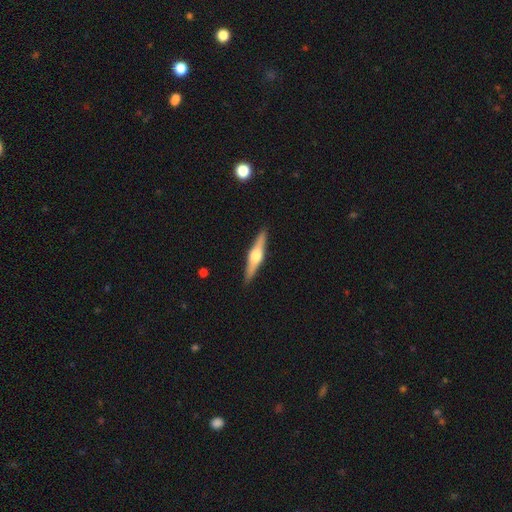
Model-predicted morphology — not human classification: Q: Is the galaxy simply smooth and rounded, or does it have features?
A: featured or disk — 71%.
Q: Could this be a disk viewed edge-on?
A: yes — 97%.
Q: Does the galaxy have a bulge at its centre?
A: rounded — 94%.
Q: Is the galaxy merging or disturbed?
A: none — 91%.